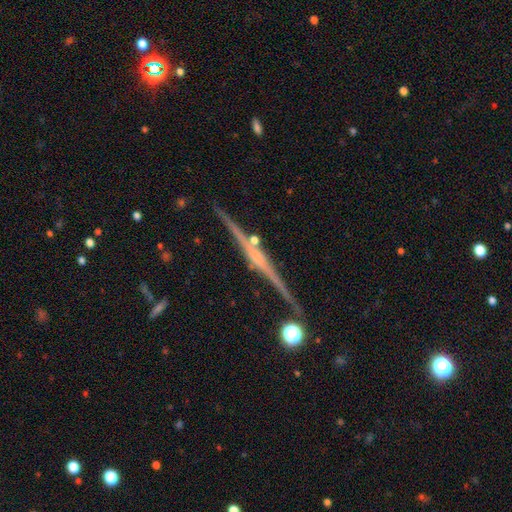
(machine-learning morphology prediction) Smooth or featured: featured or disk — 83% (smooth — 9%)
Edge-on disk: yes — 98% (no — 2%)
Edge-on bulge: rounded — 54% (boxy — 24%)
Merging: none — 86% (minor disturbance — 9%)